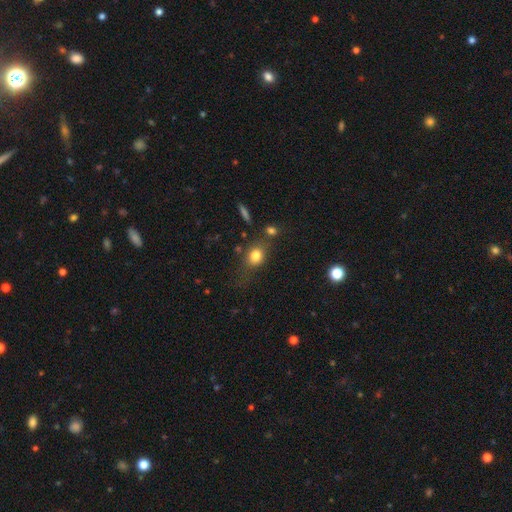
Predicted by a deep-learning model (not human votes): This appears to be a smooth galaxy with no disk features (79%) that is round (50%). Merging: none (63%).